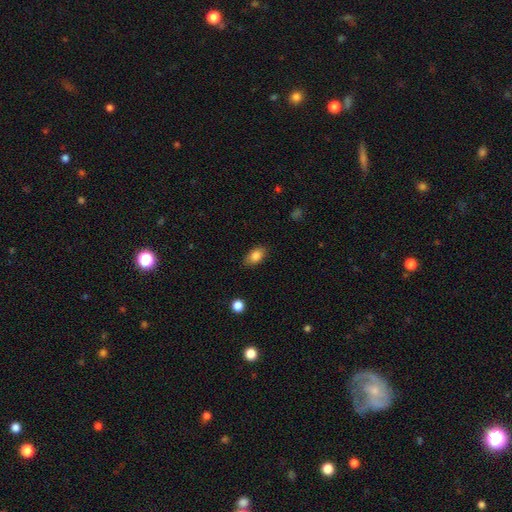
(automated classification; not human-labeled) smooth-or-featured: smooth: 84% | star or artifact: 8% | featured or disk: 8%
  how-rounded: in between: 89% | round: 8% | cigar-shaped: 2%
  merging: none: 85% | minor disturbance: 11% | major disturbance: 3% | merger: 1%